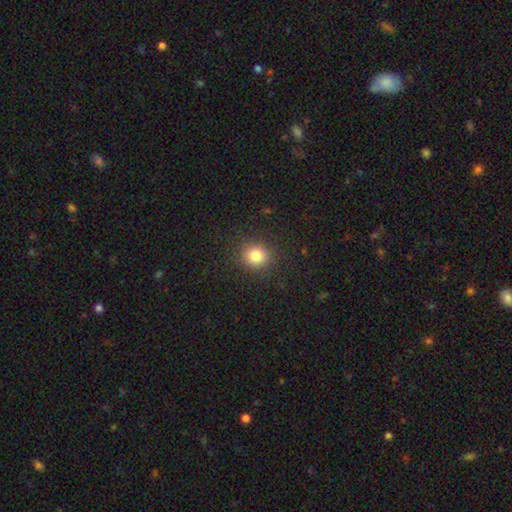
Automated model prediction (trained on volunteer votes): smooth-or-featured: smooth: 82% | star or artifact: 13% | featured or disk: 6%
  how-rounded: round: 87% | in between: 12% | cigar-shaped: 1%
  merging: none: 90% | minor disturbance: 7% | major disturbance: 3% | merger: 1%